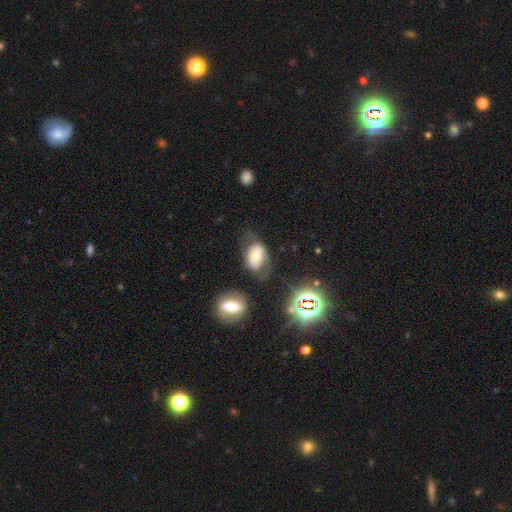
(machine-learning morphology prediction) type=smooth (50%); roundness=in between (84%); merging=none (47%).